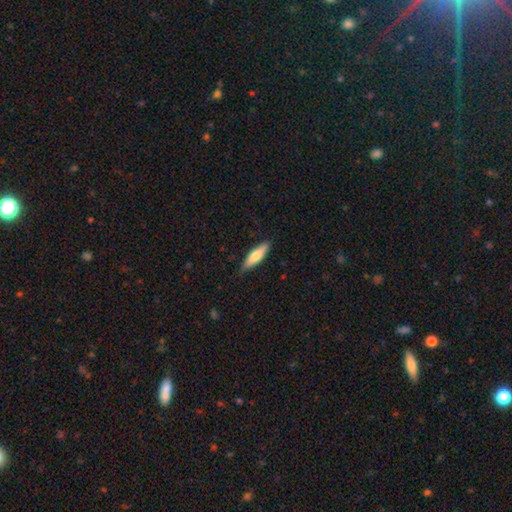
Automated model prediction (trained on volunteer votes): Smooth or featured? smooth (68%)
How rounded? cigar-shaped (65%)
Merging? none (83%)